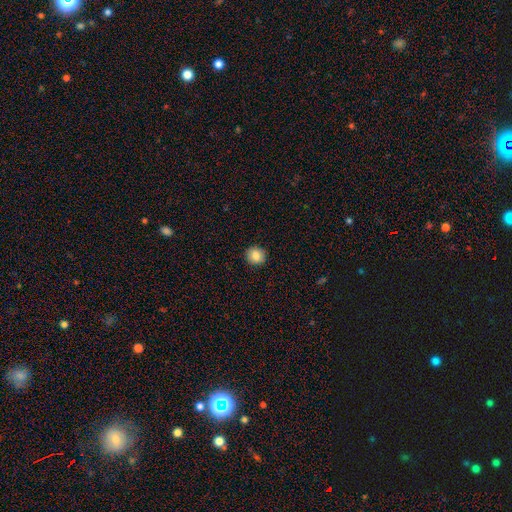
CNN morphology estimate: Smooth or featured? smooth (85%)
How rounded? round (89%)
Merging? none (92%)